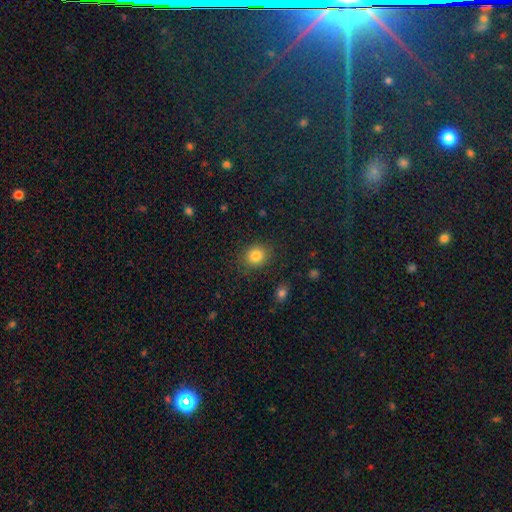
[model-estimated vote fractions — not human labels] Morphology: type=smooth (84%); roundness=round (75%); merging=none (86%).